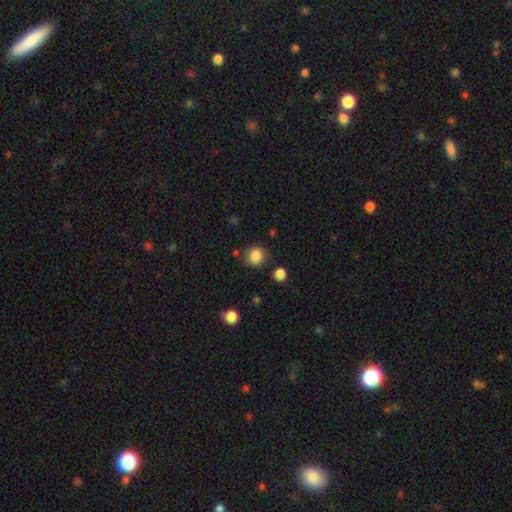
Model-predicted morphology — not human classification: Q: Smooth or featured?
A: smooth (85%); runner-up: star or artifact (10%)
Q: How rounded?
A: round (82%); runner-up: in between (17%)
Q: Merging?
A: none (78%); runner-up: minor disturbance (14%)